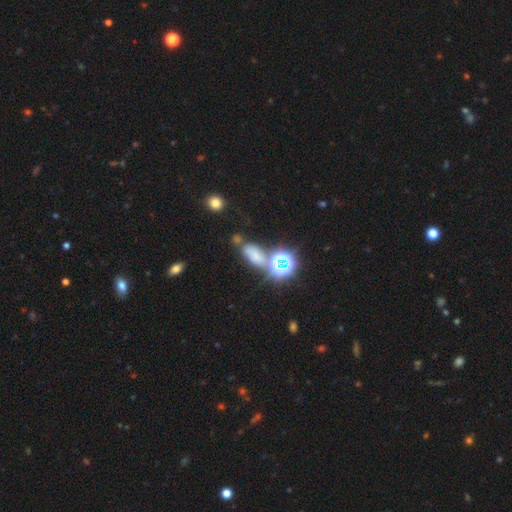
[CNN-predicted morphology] This appears to be a smooth galaxy with no disk features (54%) that is in between round and cigar-shaped (76%). Merging: none (53%).